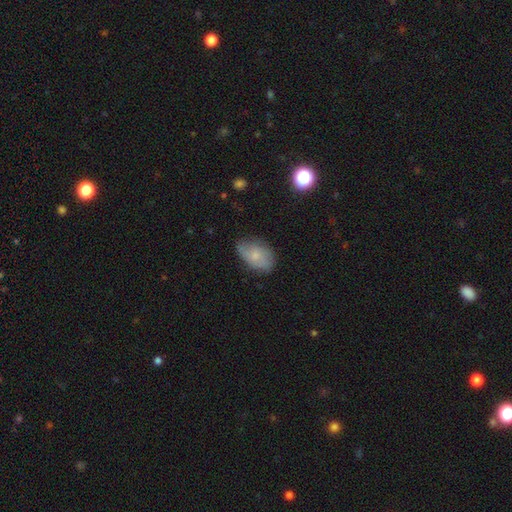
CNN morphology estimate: smooth-or-featured: smooth: 69% | featured or disk: 23% | star or artifact: 8%
  how-rounded: in between: 89% | round: 10% | cigar-shaped: 2%
  merging: none: 62% | minor disturbance: 29% | major disturbance: 7% | merger: 1%